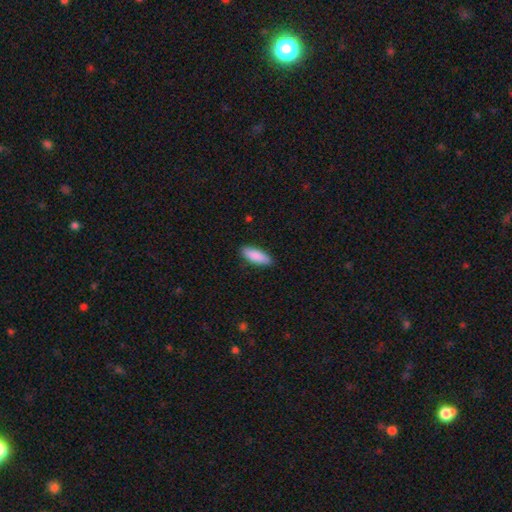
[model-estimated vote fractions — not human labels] This appears to be a smooth galaxy with no disk features (89%) that is in between round and cigar-shaped (67%). Merging: none (88%).